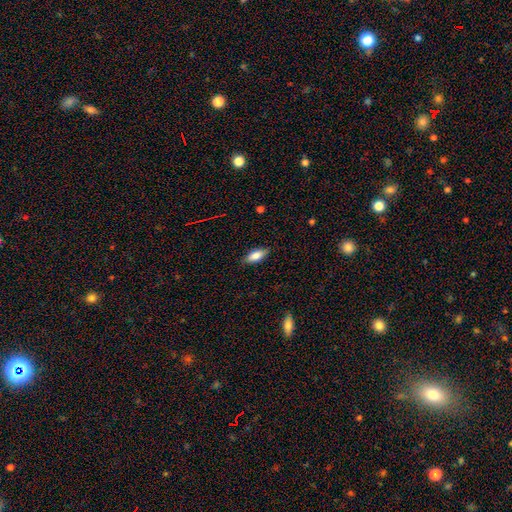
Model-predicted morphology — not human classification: A smooth galaxy with no disk features (81%) that is in between round and cigar-shaped (82%). Merging: none (86%).